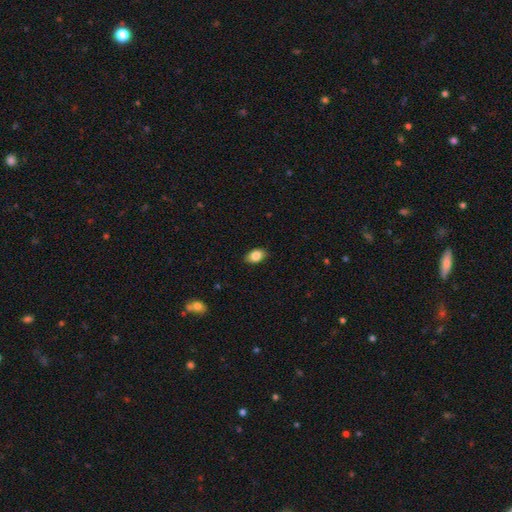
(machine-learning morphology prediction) smooth 85%, star or artifact 8%, featured or disk 8%. Down the decision tree: how rounded — in between (86%); merging — none (86%).